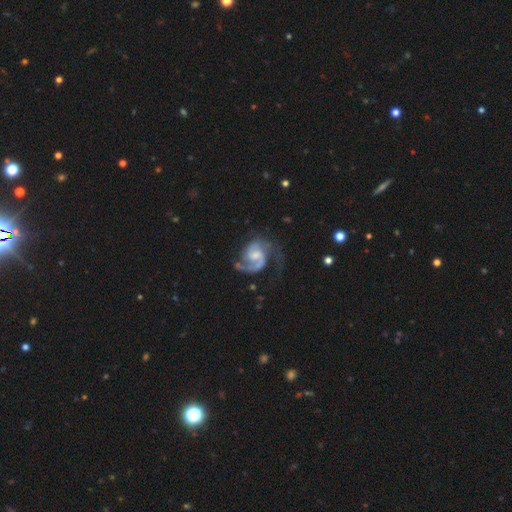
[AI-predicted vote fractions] Smooth or featured? featured or disk (89%)
Edge-on disk? no (98%)
Bar? weak (46%)
Spiral arms? yes (97%)
Spiral winding? medium (53%)
Spiral arm count? 2 (73%)
Bulge size? small (43%)
Merging? none (56%)